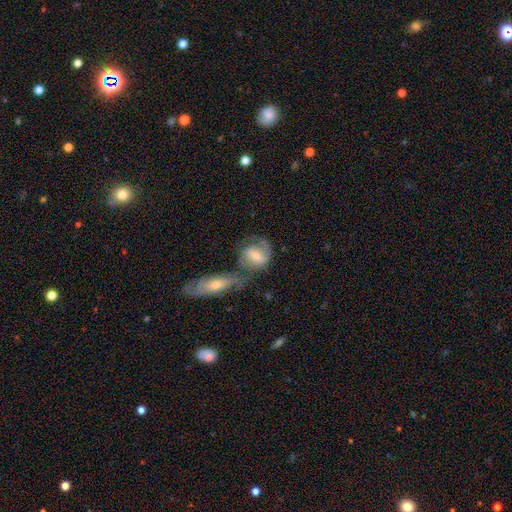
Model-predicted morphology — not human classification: Smooth or featured: featured or disk — 48% (smooth — 46%)
Merging: none — 37% (tied with merger — 37%)